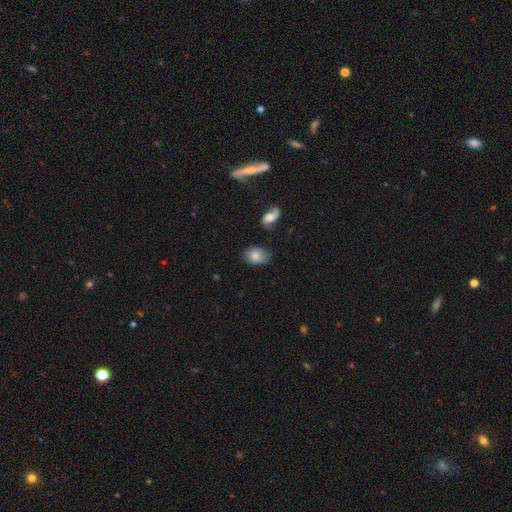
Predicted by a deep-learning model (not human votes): Smooth or featured? smooth (79%)
How rounded? in between (76%)
Merging? none (71%)